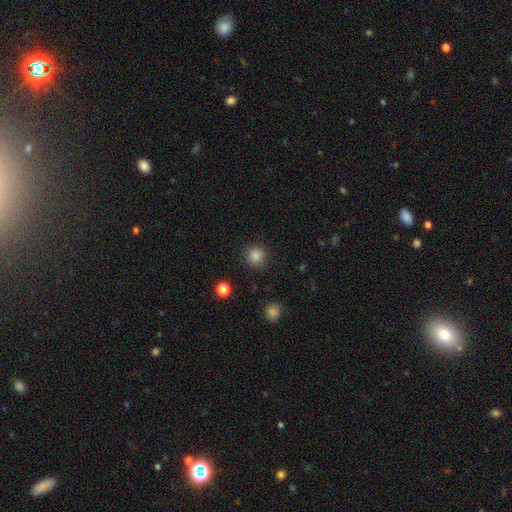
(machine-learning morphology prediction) Smooth or featured?
  - smooth: 85% *
  - star or artifact: 11%
  - featured or disk: 4%
How rounded?
  - round: 93% *
  - in between: 6%
  - cigar-shaped: 1%
Merging?
  - none: 90% *
  - minor disturbance: 6%
  - major disturbance: 2%
  - merger: 1%